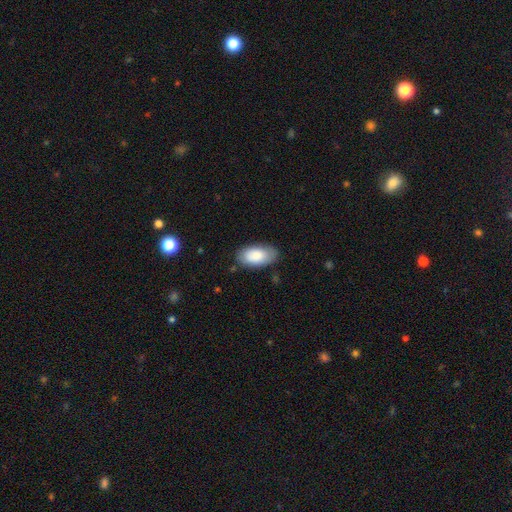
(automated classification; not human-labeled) This is clearly a smooth galaxy (85%). How rounded: clearly in between (95%). Merging: likely none (79%).